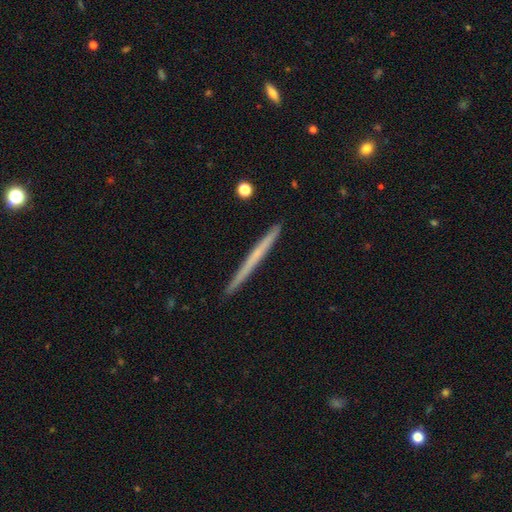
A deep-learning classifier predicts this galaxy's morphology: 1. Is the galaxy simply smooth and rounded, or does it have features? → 49% featured or disk, 45% smooth, 6% star or artifact.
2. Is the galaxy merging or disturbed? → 92% none, 6% minor disturbance, 1% major disturbance, 1% merger.